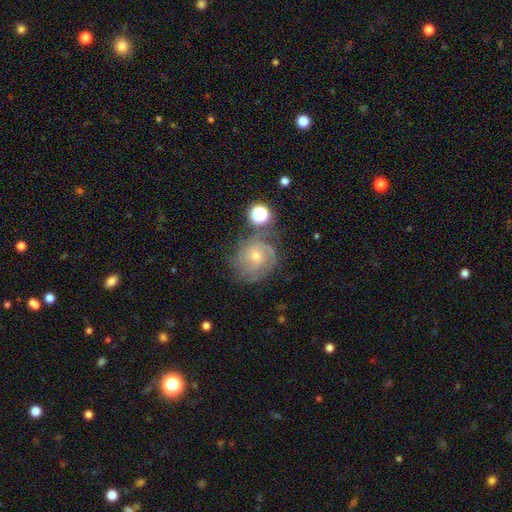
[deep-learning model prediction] A featured or disk galaxy (78%) with no bar (69%), 3 (30%, tied with can't tell) tight (64%) spiral arms (95%) and a small central bulge (60%). Merging: none (66%).